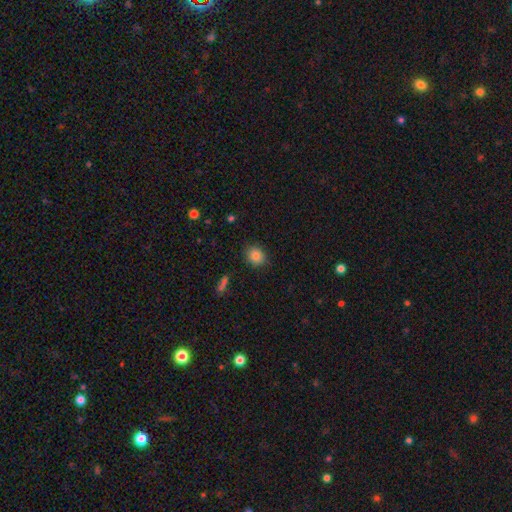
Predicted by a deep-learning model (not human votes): smooth_or_featured: smooth (p=0.84) [alt: star or artifact p=0.10]
how_rounded: round (p=0.69) [alt: in between p=0.30]
merging: none (p=0.86) [alt: minor disturbance p=0.10]